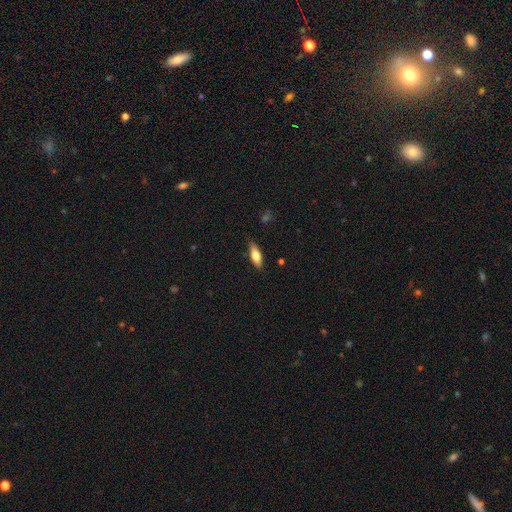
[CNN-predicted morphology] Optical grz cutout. It shows a smooth galaxy with no disk features (66%) that is in between round and cigar-shaped (56%). Merging: none (83%).